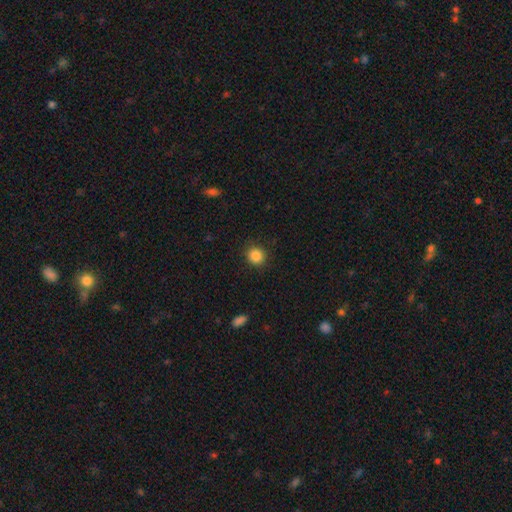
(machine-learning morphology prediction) Smooth or featured? smooth (86%)
How rounded? round (89%)
Merging? none (89%)